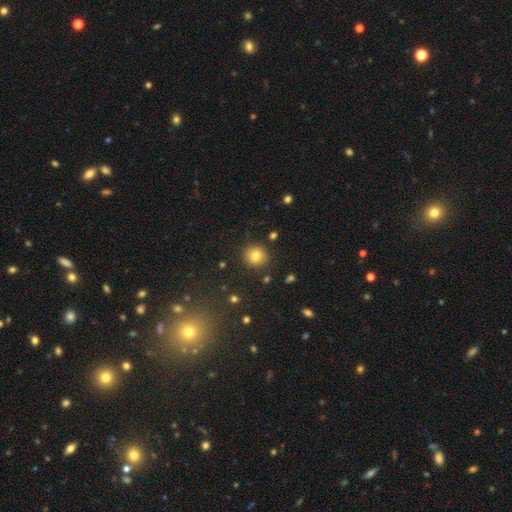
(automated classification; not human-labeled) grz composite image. It shows a smooth galaxy with no disk features (80%) that is round (91%). Merging: none (89%).